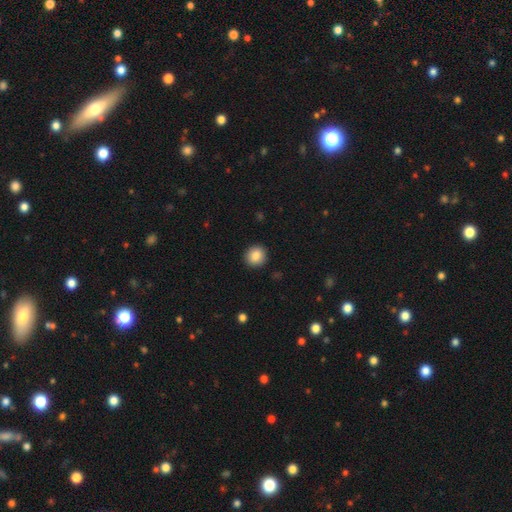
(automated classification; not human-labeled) The model was most divided on "how rounded": round: 87%, in between: 12%, cigar-shaped: 1%. More confident: merging — none (91%); smooth or featured — smooth (87%).